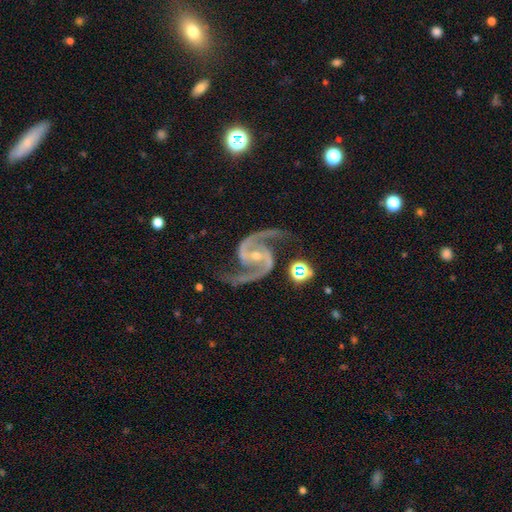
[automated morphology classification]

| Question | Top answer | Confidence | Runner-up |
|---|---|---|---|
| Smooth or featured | featured or disk | 94% | star or artifact (4%) |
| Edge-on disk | no | 98% | yes (2%) |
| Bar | weak | 40% | strong (31%) |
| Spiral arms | yes | 99% | no (1%) |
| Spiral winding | medium | 65% | loose (22%) |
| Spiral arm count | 2 | 95% | 3 (1%) |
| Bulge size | small | 62% | moderate (34%) |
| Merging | none | 78% | minor disturbance (14%) |